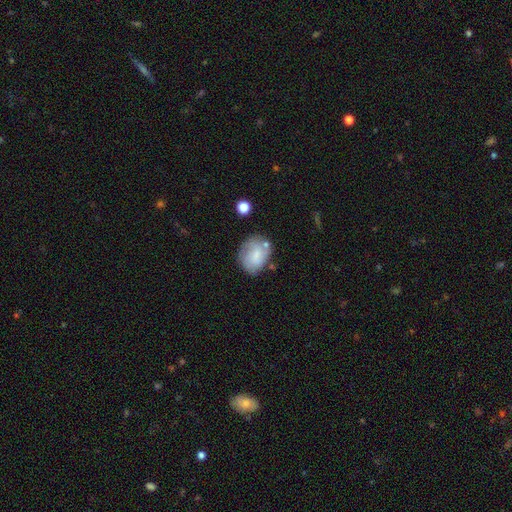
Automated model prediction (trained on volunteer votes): Overall: smooth (51%; featured or disk 41%). How rounded: in between (55%; round 44%). Merging: none (59%; minor disturbance 24%).